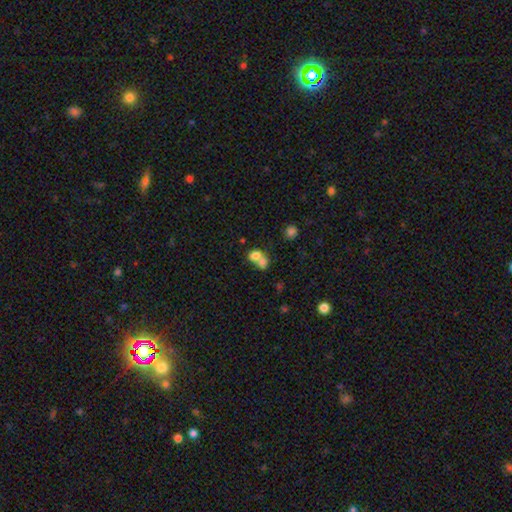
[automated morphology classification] This appears to be a smooth galaxy with no disk features (74%) that is in between round and cigar-shaped (54%). Merging: merger (66%).